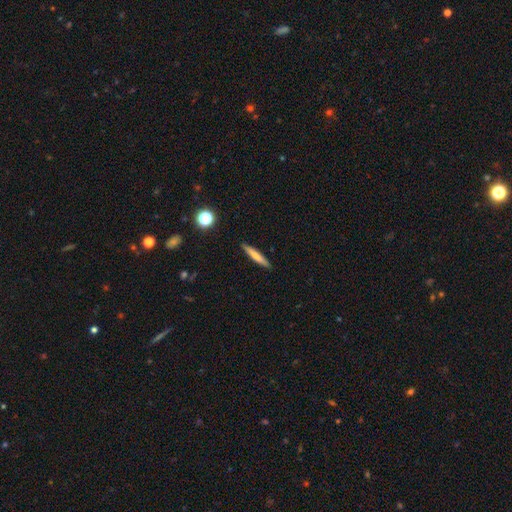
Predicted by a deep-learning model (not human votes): Q: Smooth or featured?
A: smooth (71%); runner-up: featured or disk (22%)
Q: How rounded?
A: cigar-shaped (93%); runner-up: in between (6%)
Q: Merging?
A: none (90%); runner-up: minor disturbance (7%)